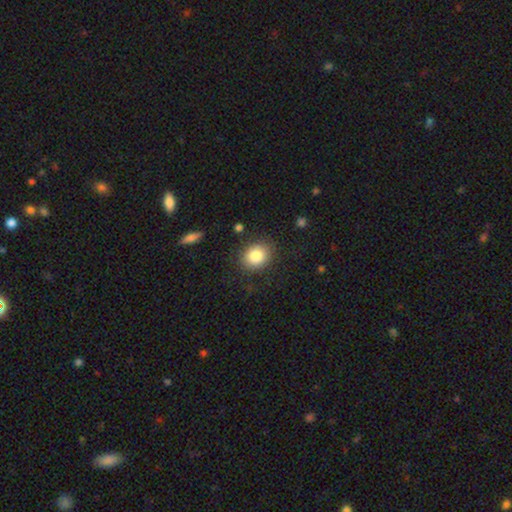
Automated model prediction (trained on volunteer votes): The model was most divided on "how rounded": round: 65%, in between: 34%, cigar-shaped: 1%. More confident: merging — none (84%); smooth or featured — smooth (83%).